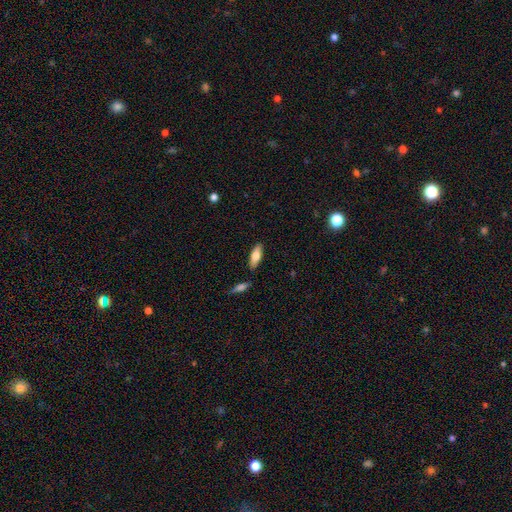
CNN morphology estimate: The model was most divided on "how rounded": in between: 68%, cigar-shaped: 30%, round: 2%. More confident: merging — none (85%); smooth or featured — smooth (73%).